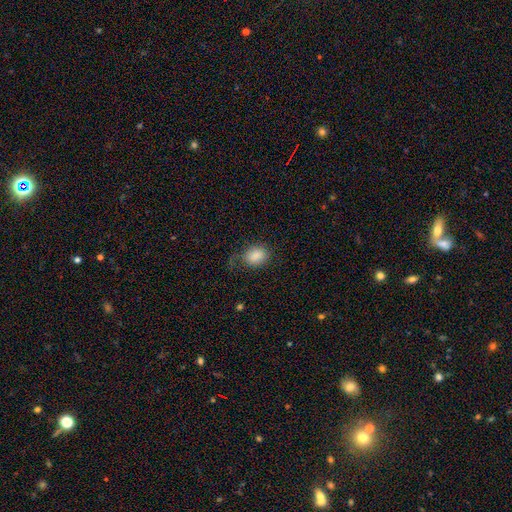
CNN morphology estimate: smooth 83%, star or artifact 8%, featured or disk 8%. Down the decision tree: how rounded — in between (69%); merging — none (58%).